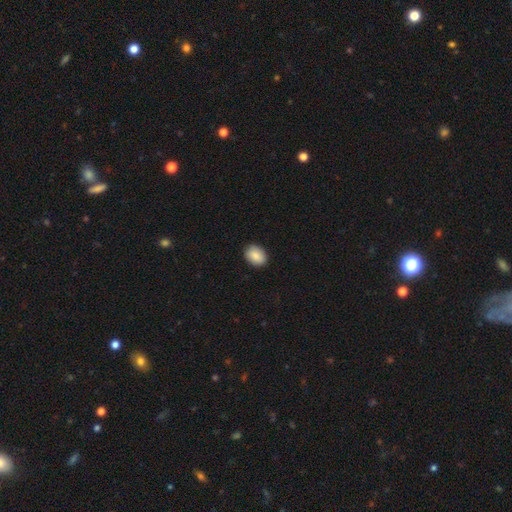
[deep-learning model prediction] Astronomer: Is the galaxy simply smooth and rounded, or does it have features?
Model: smooth — 88%.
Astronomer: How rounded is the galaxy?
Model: in between — 69%.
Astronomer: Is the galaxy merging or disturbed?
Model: none — 89%.